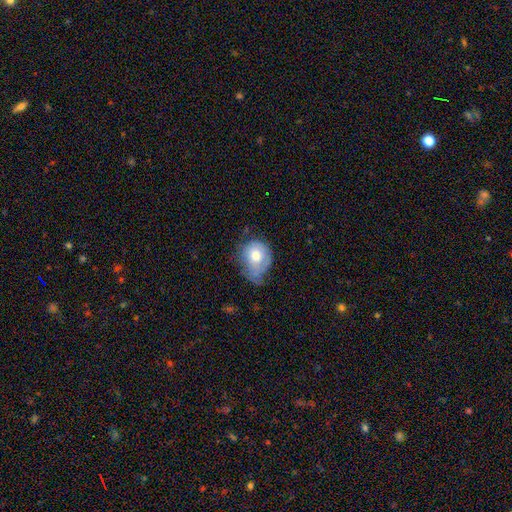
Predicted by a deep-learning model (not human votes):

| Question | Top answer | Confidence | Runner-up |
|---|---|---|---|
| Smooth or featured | smooth | 65% | featured or disk (28%) |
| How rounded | in between | 53% | round (46%) |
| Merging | minor disturbance | 42% | major disturbance (31%) |